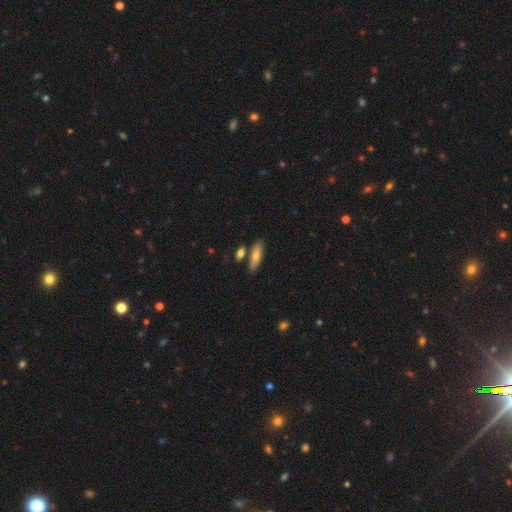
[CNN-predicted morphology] Smooth or featured?
  - smooth: 70% *
  - featured or disk: 24%
  - star or artifact: 6%
How rounded?
  - cigar-shaped: 50% *
  - in between: 48%
  - round: 3%
Merging?
  - none: 71% *
  - merger: 14%
  - minor disturbance: 12%
  - major disturbance: 3%